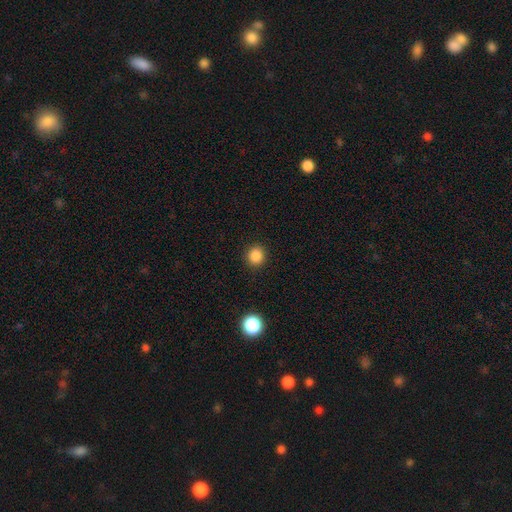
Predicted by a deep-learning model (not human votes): Smooth or featured: smooth — 85% (star or artifact — 11%)
How rounded: round — 89% (in between — 10%)
Merging: none — 92% (minor disturbance — 5%)